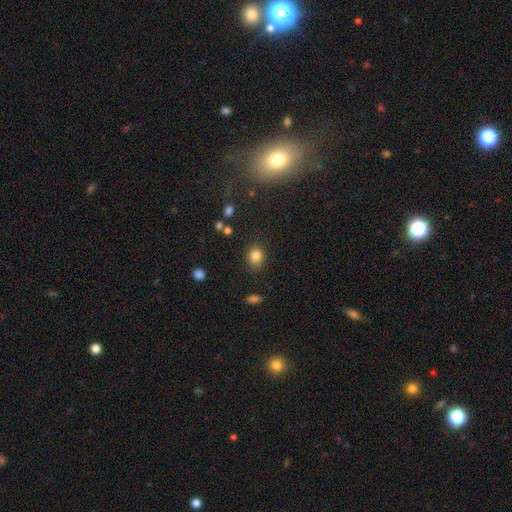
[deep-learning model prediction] Morphology: type=smooth (83%); roundness=round (62%); merging=none (81%).